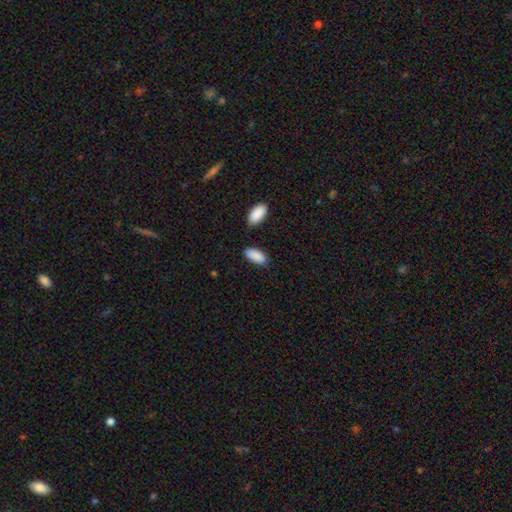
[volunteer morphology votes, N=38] Smooth or featured: smooth — 95% (featured or disk — 3%)
How rounded: in between — 97% (cigar-shaped — 3%)
Merging: none — 81% (minor disturbance — 14%)